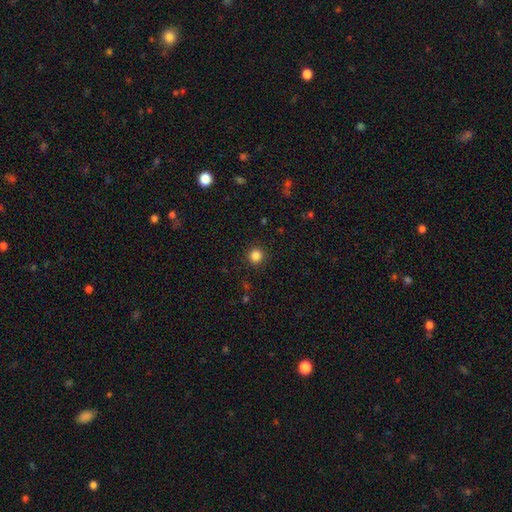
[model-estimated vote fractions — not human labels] Q: Smooth or featured?
A: smooth (85%); runner-up: star or artifact (12%)
Q: How rounded?
A: round (91%); runner-up: in between (8%)
Q: Merging?
A: none (91%); runner-up: minor disturbance (6%)